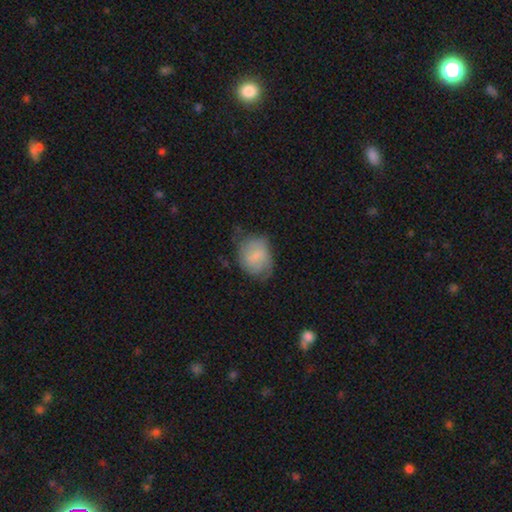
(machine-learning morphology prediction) This is possibly a smooth galaxy (57%). How rounded: possibly in between (56%). Merging: possibly none (50%).